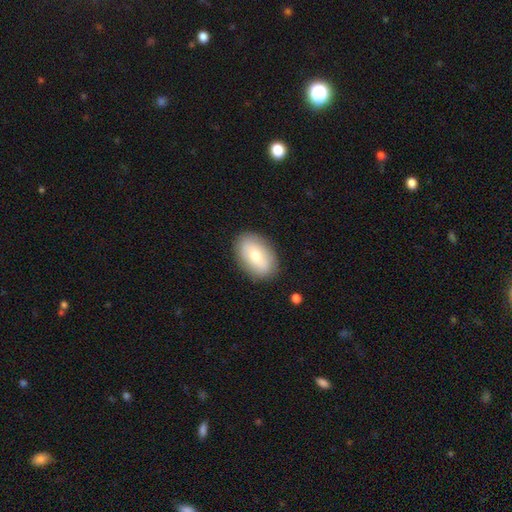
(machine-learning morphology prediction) Overall: smooth (66%; featured or disk 27%). How rounded: in between (89%). Merging: none (86%).